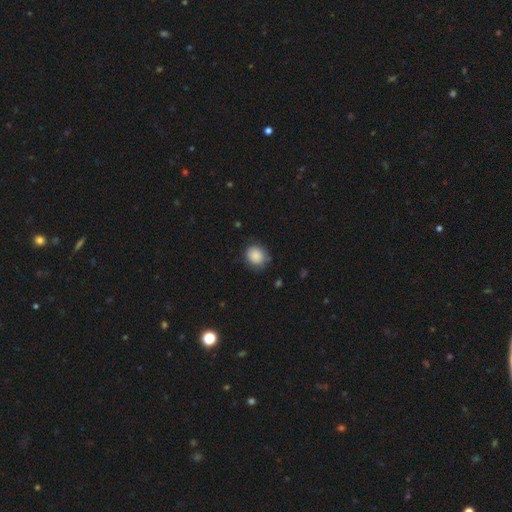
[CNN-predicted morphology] type=smooth (87%); roundness=round (73%); merging=none (76%).